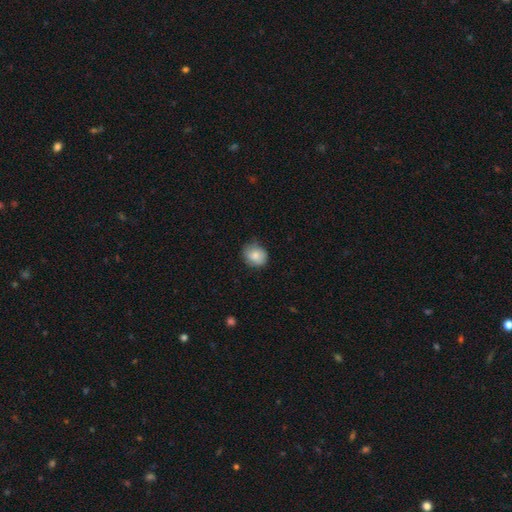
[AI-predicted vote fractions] smooth_or_featured: smooth (p=0.81) [alt: featured or disk p=0.12]
how_rounded: round (p=0.71) [alt: in between p=0.29]
merging: none (p=0.72) [alt: minor disturbance p=0.23]